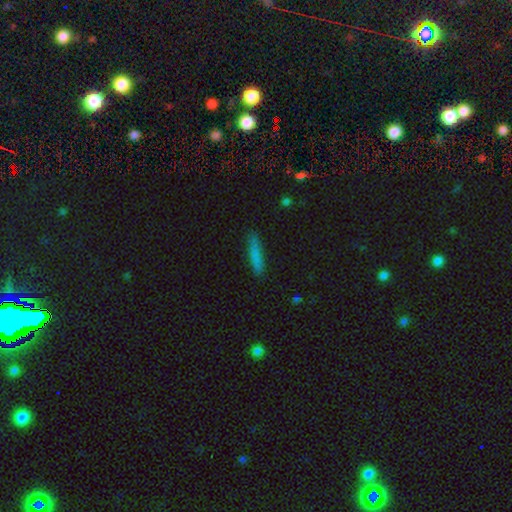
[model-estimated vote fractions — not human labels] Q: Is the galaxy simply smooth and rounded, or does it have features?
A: smooth — 81%.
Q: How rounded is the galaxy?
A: cigar-shaped — 91%.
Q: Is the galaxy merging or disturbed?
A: none — 85%.